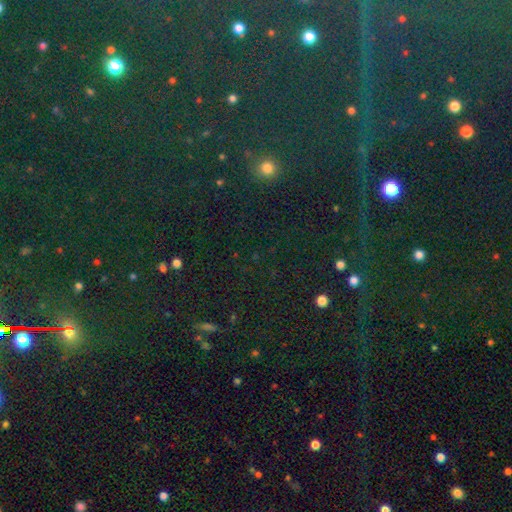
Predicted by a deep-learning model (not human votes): smooth_or_featured: star or artifact (p=0.77) [alt: smooth p=0.15]